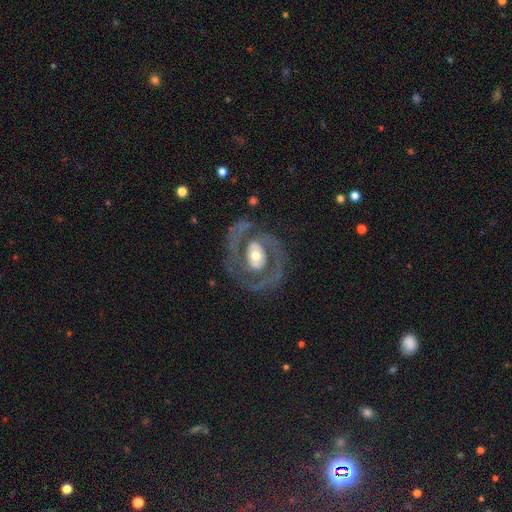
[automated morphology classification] Smooth or featured? featured or disk (84%)
Edge-on disk? no (97%)
Bar? no (56%)
Spiral arms? yes (81%)
Spiral winding? medium (47%)
Spiral arm count? 2 (78%)
Bulge size? moderate (67%)
Merging? none (71%)